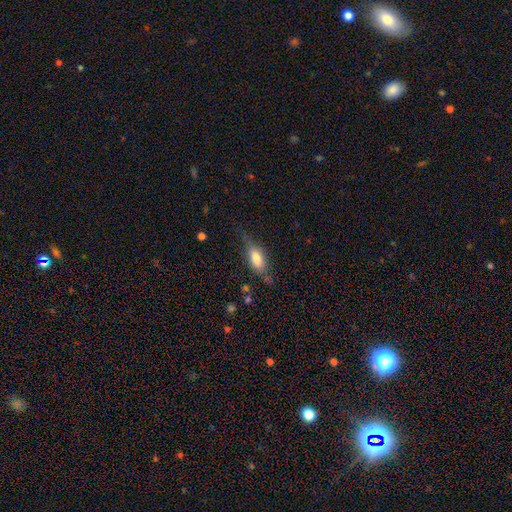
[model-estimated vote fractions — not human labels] This is likely a smooth galaxy (70%). How rounded: likely in between (78%). Merging: possibly none (58%).